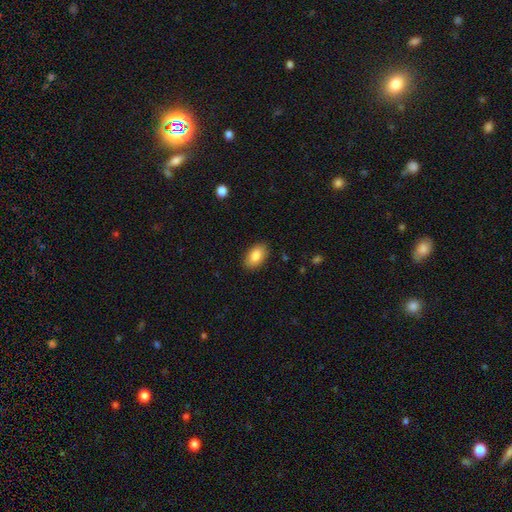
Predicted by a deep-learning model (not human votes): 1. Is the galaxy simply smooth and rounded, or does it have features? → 86% smooth, 7% featured or disk, 7% star or artifact.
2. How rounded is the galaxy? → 92% in between, 6% round, 2% cigar-shaped.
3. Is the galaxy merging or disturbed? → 87% none, 9% minor disturbance, 2% major disturbance, 1% merger.